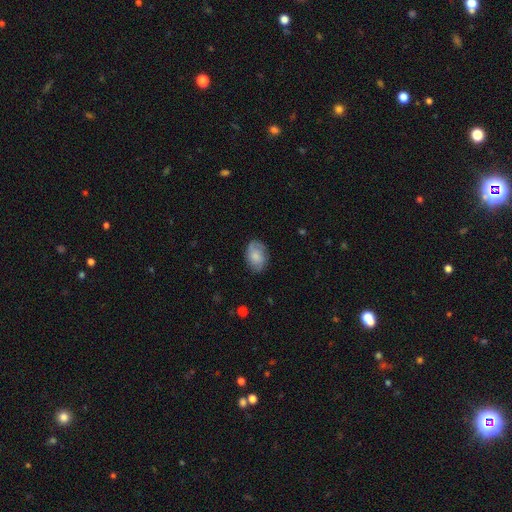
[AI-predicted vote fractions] A smooth galaxy with no disk features (59%) that is in between round and cigar-shaped (81%).

Vote fractions:
- Smooth or featured? smooth: 59% / featured or disk: 33% / star or artifact: 7%
- How rounded? in between: 81% / round: 18% / cigar-shaped: 1%
- Merging? none: 73% / minor disturbance: 20% / major disturbance: 6% / merger: 1%